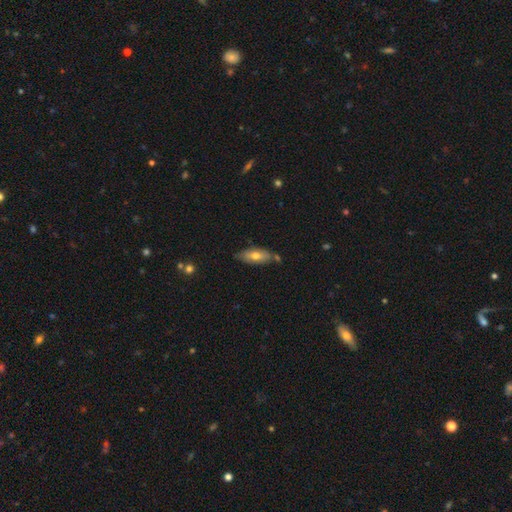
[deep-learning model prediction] Smooth or featured: smooth — 63% (featured or disk — 30%)
How rounded: in between — 75% (cigar-shaped — 22%)
Merging: none — 71% (minor disturbance — 19%)